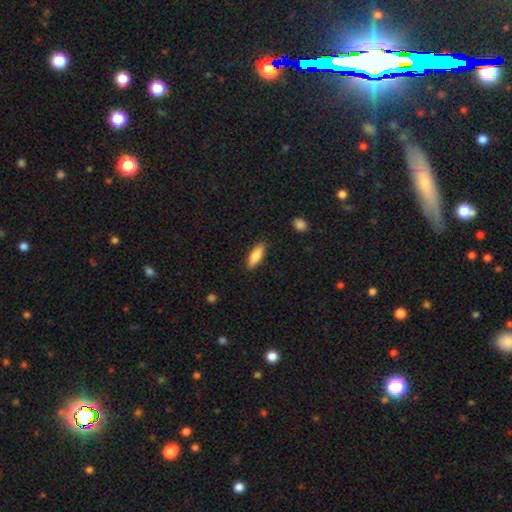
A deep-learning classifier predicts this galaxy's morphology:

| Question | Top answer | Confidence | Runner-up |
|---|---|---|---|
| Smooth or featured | smooth | 82% | featured or disk (12%) |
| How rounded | in between | 61% | cigar-shaped (37%) |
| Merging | none | 88% | minor disturbance (9%) |